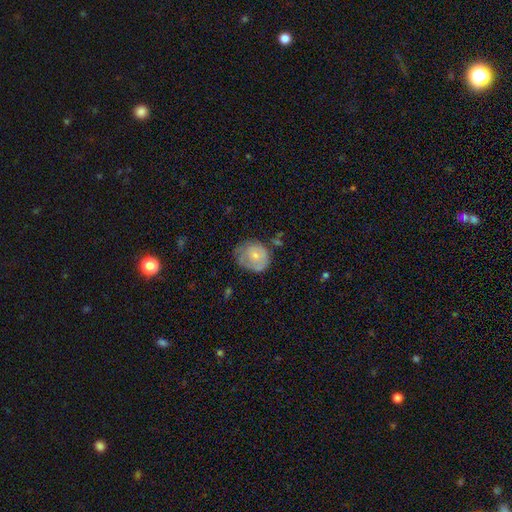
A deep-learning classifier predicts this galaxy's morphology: smooth_or_featured: smooth (p=0.63) [alt: featured or disk p=0.30]
how_rounded: round (p=0.65) [alt: in between p=0.34]
merging: none (p=0.45) [alt: minor disturbance p=0.35]